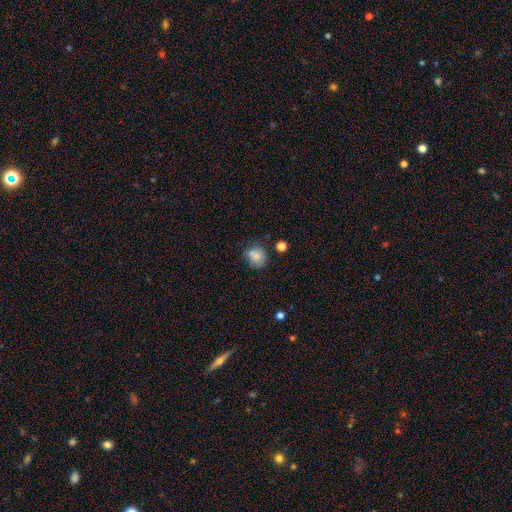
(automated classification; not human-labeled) This is likely a smooth galaxy (76%). How rounded: likely round (77%). Merging: possibly none (53%).